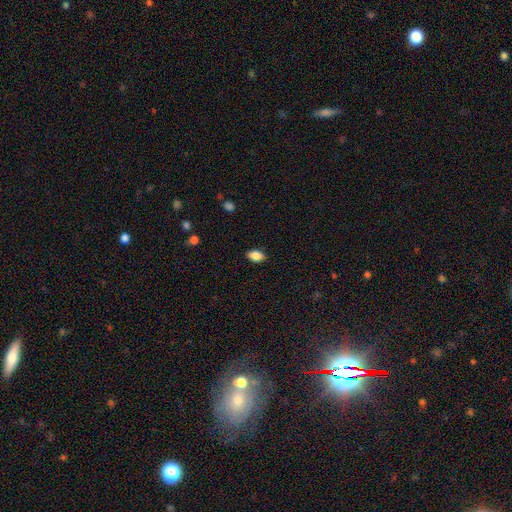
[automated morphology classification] The model was most divided on "merging": none: 87%, minor disturbance: 10%, major disturbance: 2%, merger: 1%. More confident: how rounded — in between (88%); smooth or featured — smooth (87%).